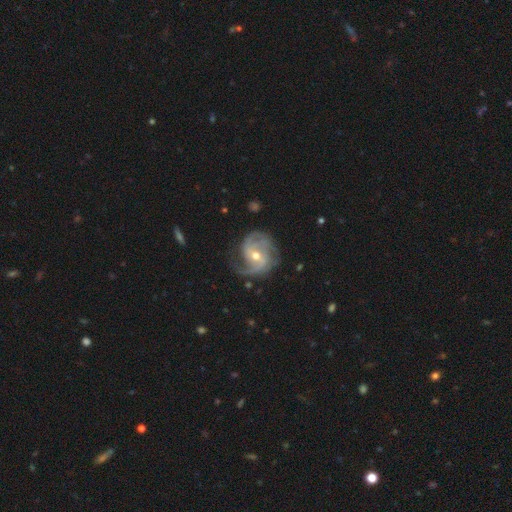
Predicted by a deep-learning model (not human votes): Smooth or featured?
  - featured or disk: 90% *
  - smooth: 6%
  - star or artifact: 5%
Edge-on disk?
  - no: 98% *
  - yes: 2%
Bar?
  - weak: 43% *
  - no: 40%
  - strong: 17%
Spiral arms?
  - yes: 97% *
  - no: 3%
Spiral winding?
  - medium: 47% *
  - tight: 34%
  - loose: 19%
Spiral arm count?
  - 2: 46% *
  - 3: 26%
  - can't tell: 12%
  - 1: 6%
  - 4: 5%
  - more than 4: 4%
Bulge size?
  - moderate: 62% *
  - small: 35%
  - large: 2%
  - none: 1%
  - dominant: 1%
Merging?
  - none: 68% *
  - minor disturbance: 20%
  - major disturbance: 10%
  - merger: 2%